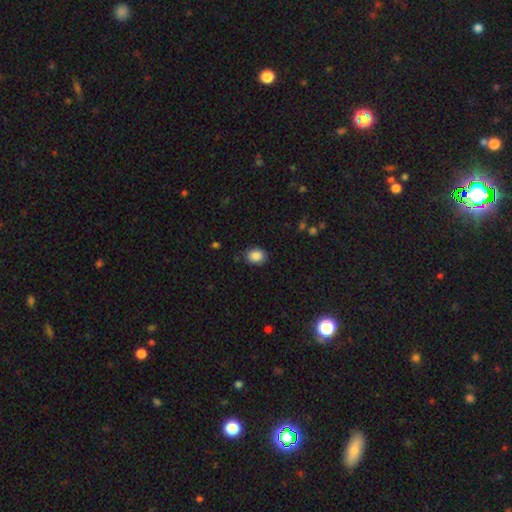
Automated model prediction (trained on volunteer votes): Q: Smooth or featured?
A: smooth (88%); runner-up: star or artifact (8%)
Q: How rounded?
A: in between (58%); runner-up: round (41%)
Q: Merging?
A: none (86%); runner-up: minor disturbance (10%)